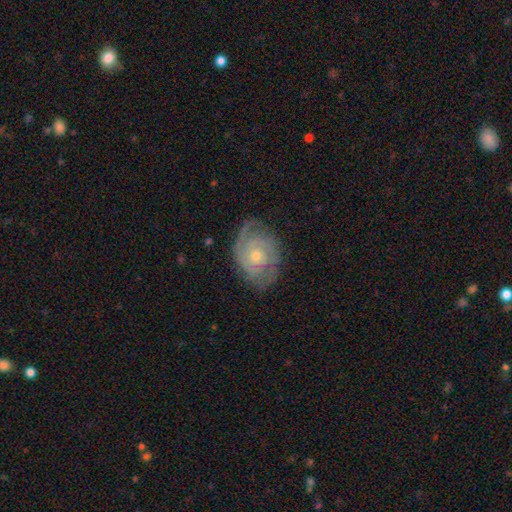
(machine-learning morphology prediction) This appears to be a featured or disk galaxy (86%) with no bar (76%), 2 (50%) tight (67%) spiral arms (96%) and a small central bulge (55%). Merging: none (74%).